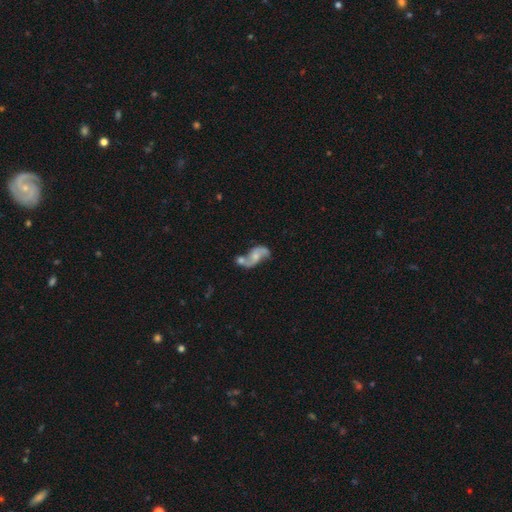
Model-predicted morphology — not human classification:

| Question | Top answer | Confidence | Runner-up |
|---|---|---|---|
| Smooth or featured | featured or disk | 73% | smooth (20%) |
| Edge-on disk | no | 96% | yes (4%) |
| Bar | no | 64% | weak (29%) |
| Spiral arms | yes | 87% | no (13%) |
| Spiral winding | loose | 69% | medium (25%) |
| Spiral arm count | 2 | 88% | can't tell (5%) |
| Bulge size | small | 43% | tied: moderate (43%) |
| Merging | merger | 51% | none (27%) |